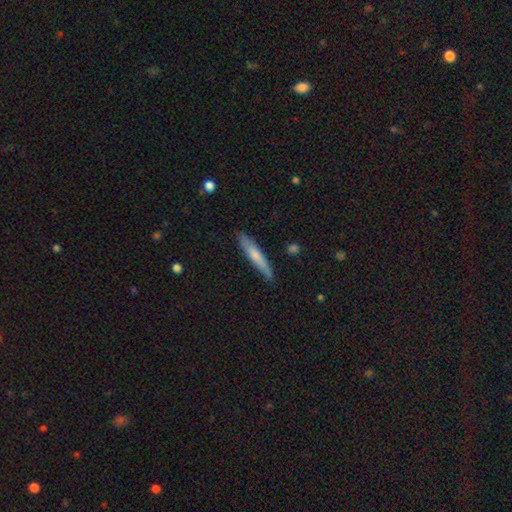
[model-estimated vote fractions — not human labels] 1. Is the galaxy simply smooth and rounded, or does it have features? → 61% smooth, 33% featured or disk, 6% star or artifact.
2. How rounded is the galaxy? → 92% cigar-shaped, 6% in between, 1% round.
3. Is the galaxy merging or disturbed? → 82% none, 14% minor disturbance, 2% major disturbance, 2% merger.